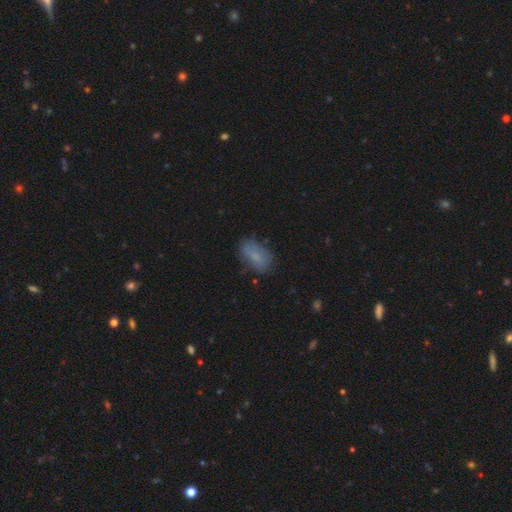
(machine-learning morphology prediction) Smooth or featured?
  - smooth: 74% *
  - featured or disk: 16%
  - star or artifact: 10%
How rounded?
  - in between: 89% *
  - round: 6%
  - cigar-shaped: 5%
Merging?
  - none: 74% *
  - minor disturbance: 19%
  - major disturbance: 5%
  - merger: 2%